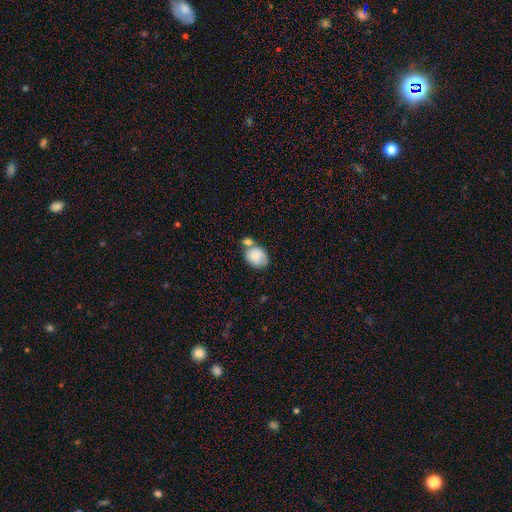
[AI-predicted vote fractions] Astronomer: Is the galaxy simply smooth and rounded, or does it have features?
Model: smooth — 72%.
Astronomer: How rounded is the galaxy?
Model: in between — 66%.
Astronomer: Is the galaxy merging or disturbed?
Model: merger — 39% (runner-up: none, 33%).